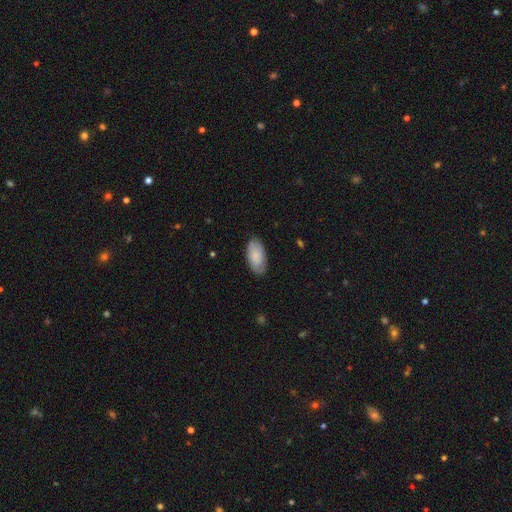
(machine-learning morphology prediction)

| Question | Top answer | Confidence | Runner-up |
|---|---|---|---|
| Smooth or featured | smooth | 67% | featured or disk (27%) |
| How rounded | in between | 94% | cigar-shaped (3%) |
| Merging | none | 78% | minor disturbance (18%) |